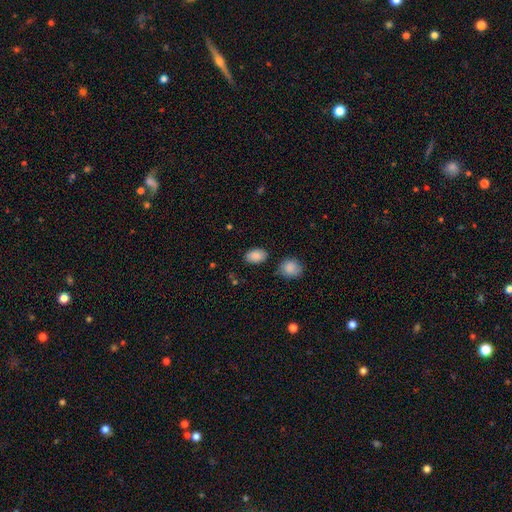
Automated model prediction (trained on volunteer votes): Smooth or featured: smooth — 87% (star or artifact — 8%)
How rounded: in between — 88% (round — 11%)
Merging: none — 83% (minor disturbance — 11%)